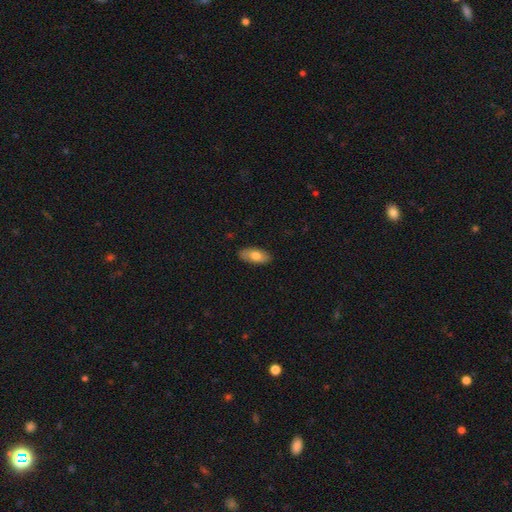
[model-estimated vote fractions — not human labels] The model was most divided on "smooth or featured": smooth: 74%, featured or disk: 20%, star or artifact: 6%. More confident: how rounded — in between (89%); merging — none (86%).